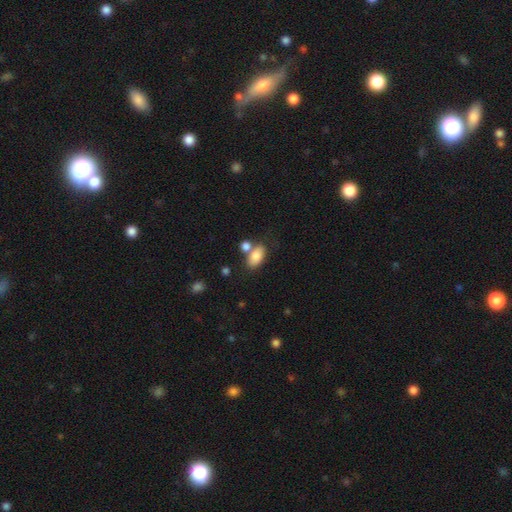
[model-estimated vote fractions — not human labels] This appears to be a smooth galaxy with no disk features (83%) that is in between round and cigar-shaped (90%). Merging: none (53%).